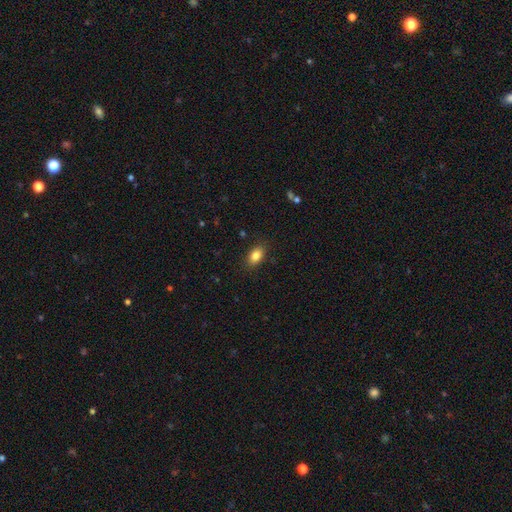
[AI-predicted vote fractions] smooth-or-featured: smooth: 84% | star or artifact: 9% | featured or disk: 7%
  how-rounded: in between: 86% | round: 12% | cigar-shaped: 2%
  merging: none: 87% | minor disturbance: 10% | major disturbance: 2% | merger: 1%